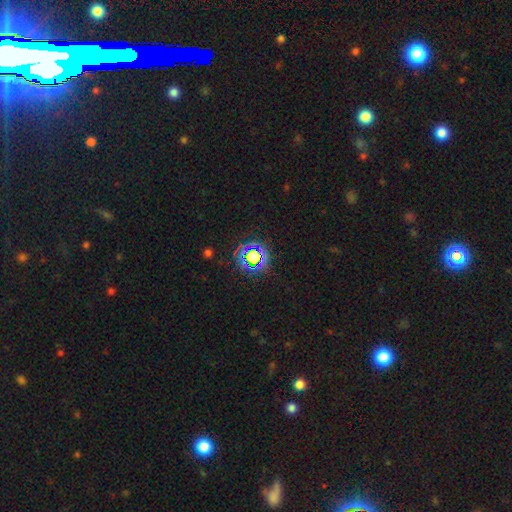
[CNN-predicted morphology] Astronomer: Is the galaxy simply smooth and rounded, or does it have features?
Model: star or artifact — 67%.